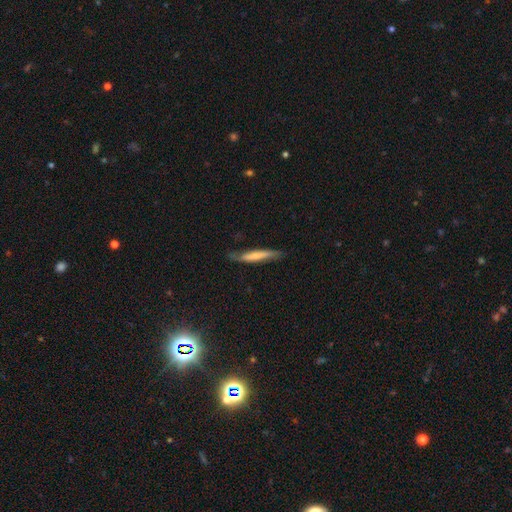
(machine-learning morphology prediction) type=smooth (54%); roundness=cigar-shaped (92%); merging=none (70%).